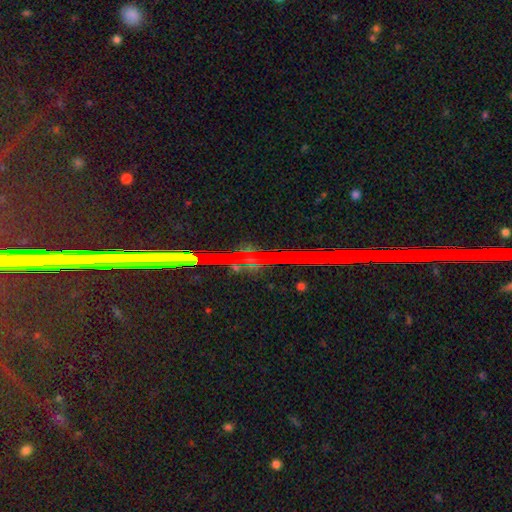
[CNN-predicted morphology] This is likely a star or artifact rather than a galaxy (74%).